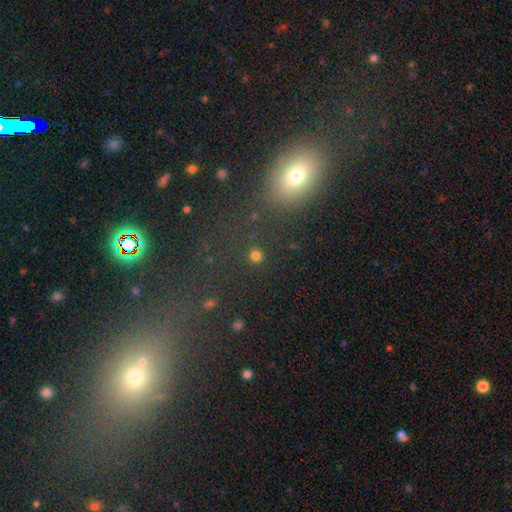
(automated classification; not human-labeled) Smooth or featured?
  - smooth: 76% *
  - star or artifact: 20%
  - featured or disk: 5%
How rounded?
  - round: 93% *
  - in between: 6%
  - cigar-shaped: 1%
Merging?
  - none: 87% *
  - minor disturbance: 6%
  - merger: 4%
  - major disturbance: 3%